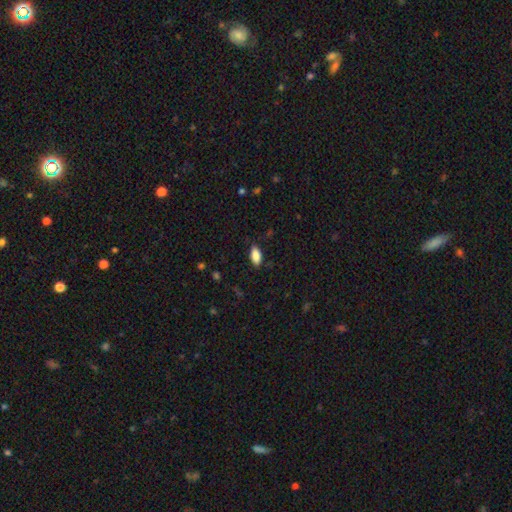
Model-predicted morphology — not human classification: smooth_or_featured: smooth (p=0.88) [alt: star or artifact p=0.07]
how_rounded: in between (p=0.91) [alt: cigar-shaped p=0.06]
merging: none (p=0.84) [alt: minor disturbance p=0.12]